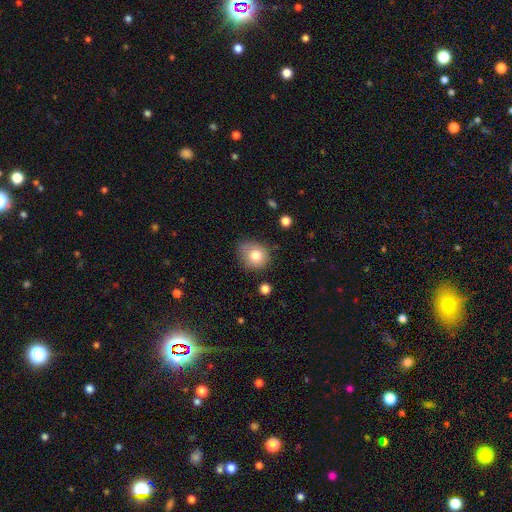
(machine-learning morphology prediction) This is likely a smooth galaxy (79%). How rounded: likely round (75%). Merging: likely none (67%).